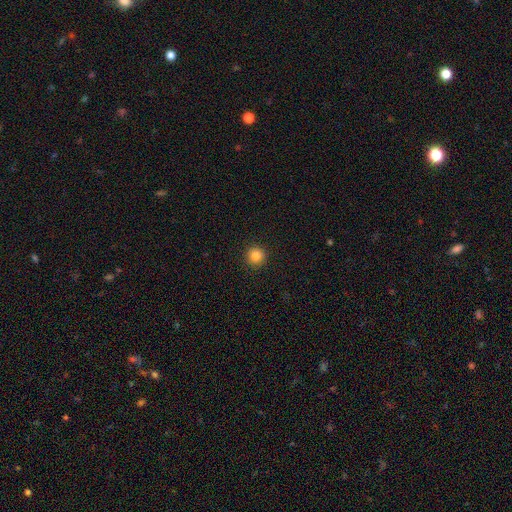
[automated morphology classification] Smooth or featured? smooth (85%)
How rounded? round (95%)
Merging? none (92%)